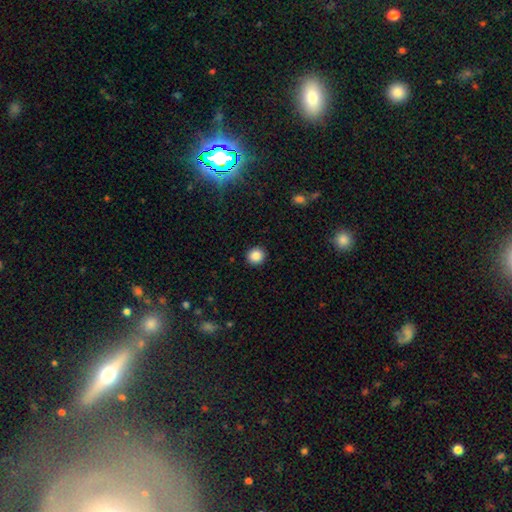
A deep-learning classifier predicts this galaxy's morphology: smooth 87%, star or artifact 10%, featured or disk 3%. Down the decision tree: how rounded — round (91%); merging — none (92%).